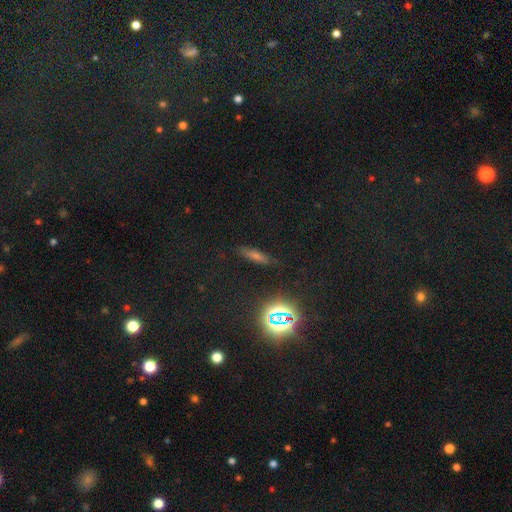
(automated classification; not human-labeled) The model was most divided on "smooth or featured": smooth: 52%, star or artifact: 29%, featured or disk: 19%. More confident: merging — none (85%); how rounded — cigar-shaped (71%).